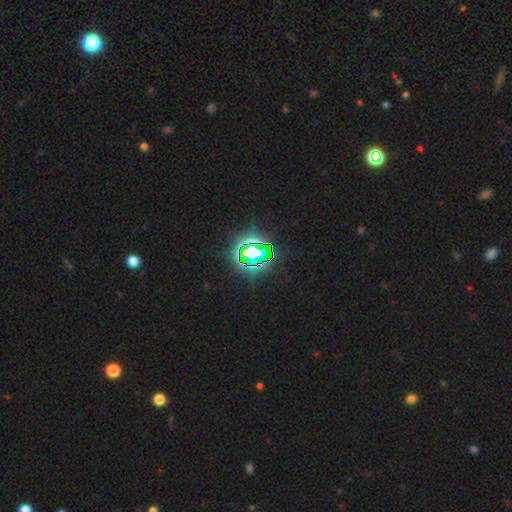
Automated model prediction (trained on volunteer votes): A star or artifact, not a galaxy (76%).